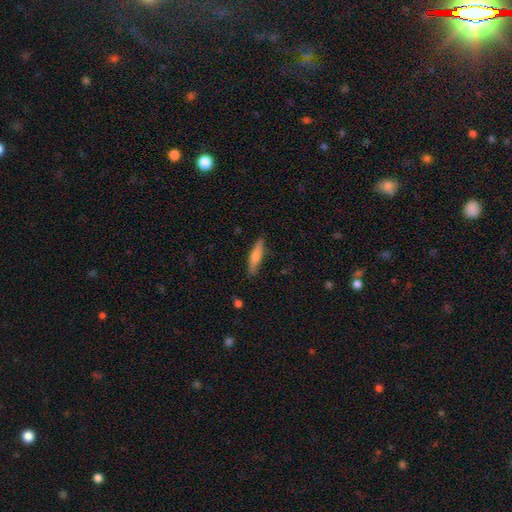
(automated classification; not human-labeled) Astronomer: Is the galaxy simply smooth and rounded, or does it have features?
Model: smooth — 65%.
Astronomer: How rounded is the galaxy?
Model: cigar-shaped — 81%.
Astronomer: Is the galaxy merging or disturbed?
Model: none — 87%.